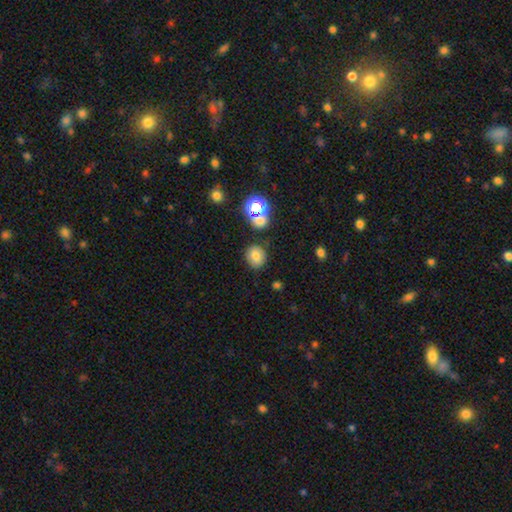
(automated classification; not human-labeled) Smooth or featured?
  - smooth: 74% *
  - star or artifact: 16%
  - featured or disk: 10%
How rounded?
  - round: 77% *
  - in between: 22%
  - cigar-shaped: 1%
Merging?
  - none: 81% *
  - minor disturbance: 10%
  - merger: 6%
  - major disturbance: 3%